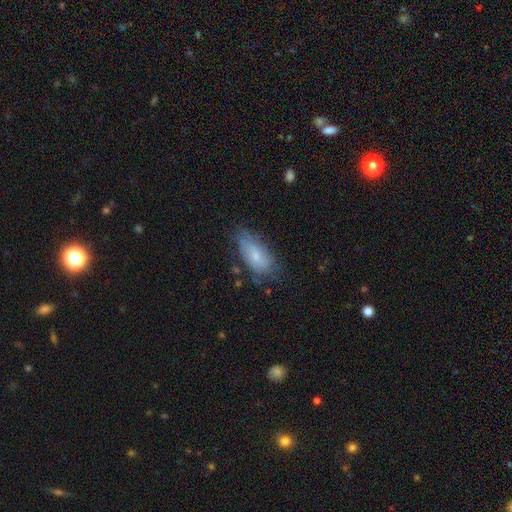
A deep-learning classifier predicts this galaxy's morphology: A smooth galaxy with no disk features (54%) that is in between round and cigar-shaped (88%).

Vote fractions:
- Smooth or featured? smooth: 54% / featured or disk: 38% / star or artifact: 8%
- How rounded? in between: 88% / cigar-shaped: 8% / round: 4%
- Merging? none: 59% / minor disturbance: 29% / major disturbance: 10% / merger: 3%